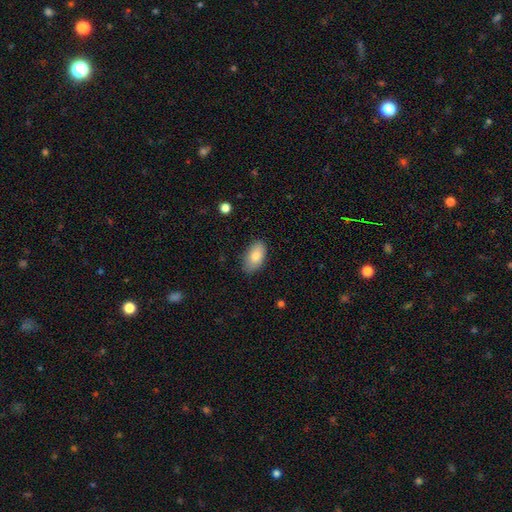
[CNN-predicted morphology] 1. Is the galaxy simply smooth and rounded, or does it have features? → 82% smooth, 12% featured or disk, 7% star or artifact.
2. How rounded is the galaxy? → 93% in between, 5% round, 2% cigar-shaped.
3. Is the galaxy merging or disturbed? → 83% none, 13% minor disturbance, 3% major disturbance, 1% merger.